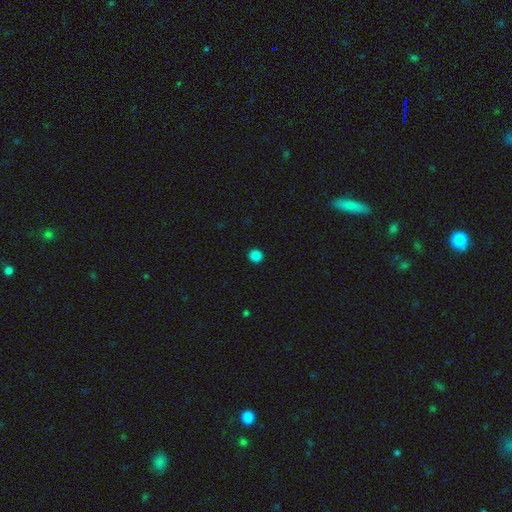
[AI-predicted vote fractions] Q: Smooth or featured?
A: smooth (86%); runner-up: star or artifact (12%)
Q: How rounded?
A: round (91%); runner-up: in between (8%)
Q: Merging?
A: none (93%); runner-up: minor disturbance (5%)